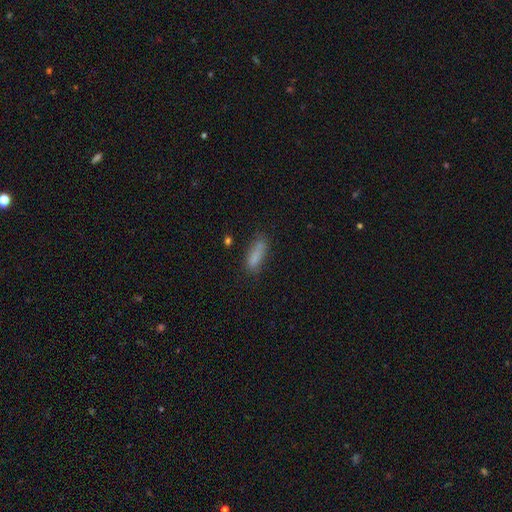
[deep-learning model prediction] A smooth galaxy with no disk features (80%) that is in between round and cigar-shaped (52%).

Vote fractions:
- Smooth or featured? smooth: 80% / featured or disk: 10% / star or artifact: 10%
- How rounded? in between: 52% / cigar-shaped: 45% / round: 2%
- Merging? none: 61% / minor disturbance: 24% / major disturbance: 9% / merger: 7%